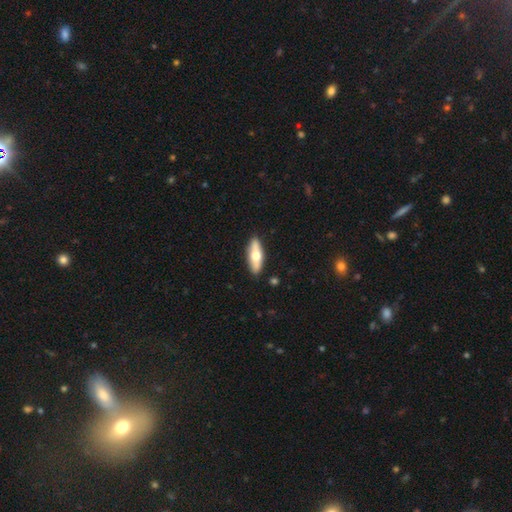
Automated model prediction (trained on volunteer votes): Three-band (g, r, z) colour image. It shows a smooth galaxy with no disk features (56%) that is in between round and cigar-shaped (57%). Merging: none (88%).